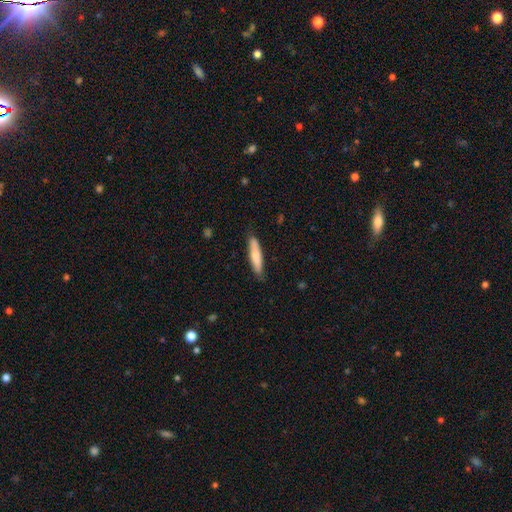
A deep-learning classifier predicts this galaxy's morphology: This appears to be a smooth galaxy with no disk features (75%) that is cigar-shaped (84%). Merging: none (82%).